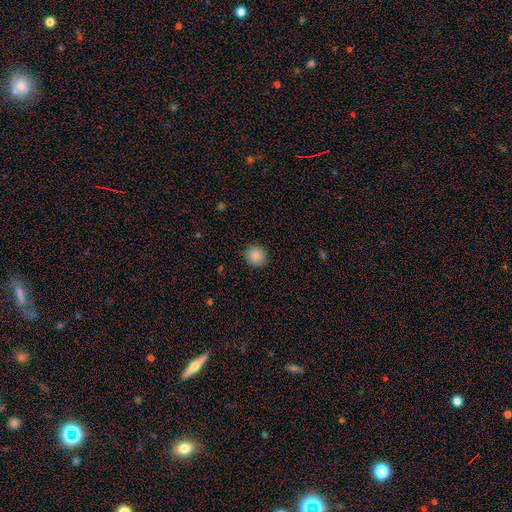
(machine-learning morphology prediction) A smooth galaxy with no disk features (86%) that is round (79%).

Vote fractions:
- Smooth or featured? smooth: 86% / star or artifact: 9% / featured or disk: 5%
- How rounded? round: 79% / in between: 20% / cigar-shaped: 1%
- Merging? none: 90% / minor disturbance: 7% / major disturbance: 2% / merger: 1%